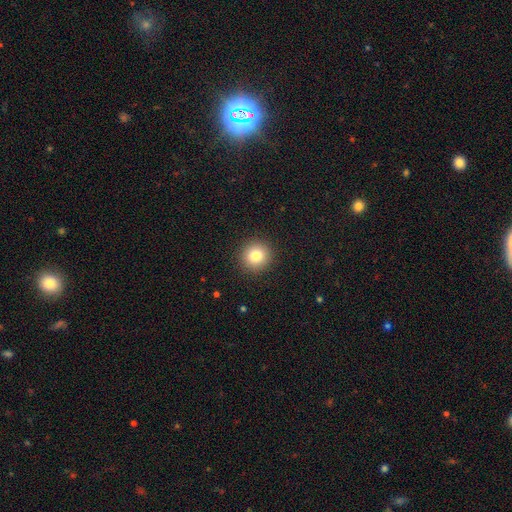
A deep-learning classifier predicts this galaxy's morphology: This appears to be a smooth galaxy with no disk features (82%) that is round (93%). Merging: none (92%).